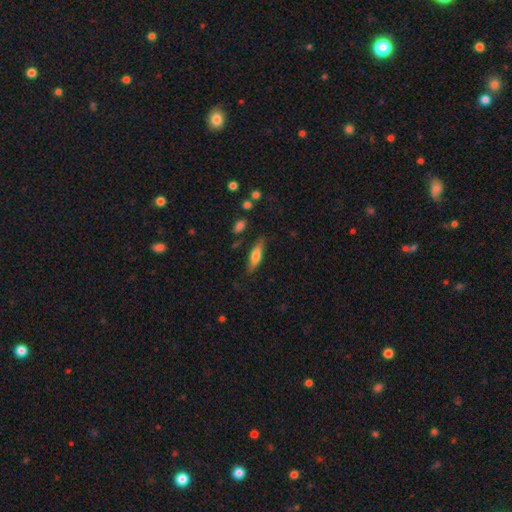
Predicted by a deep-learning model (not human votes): Q: Smooth or featured?
A: smooth (62%); runner-up: featured or disk (31%)
Q: How rounded?
A: cigar-shaped (58%); runner-up: in between (40%)
Q: Merging?
A: none (77%); runner-up: minor disturbance (16%)